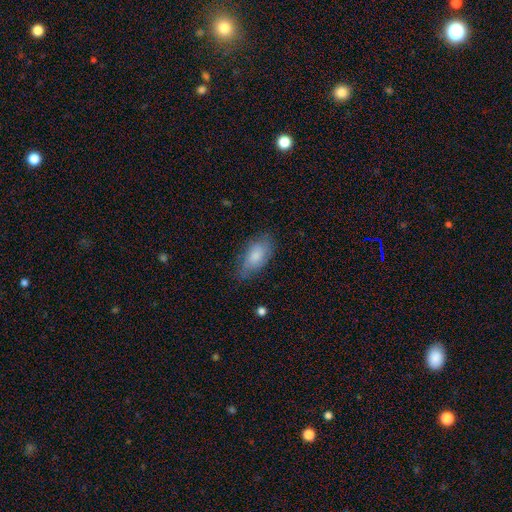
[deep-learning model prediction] Overall: smooth (79%). How rounded: in between (91%). Merging: none (67%).